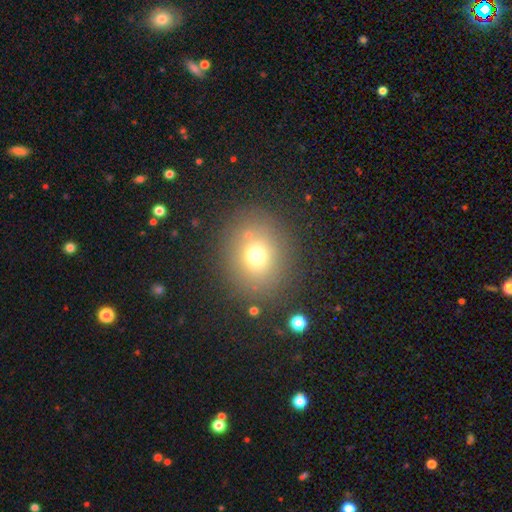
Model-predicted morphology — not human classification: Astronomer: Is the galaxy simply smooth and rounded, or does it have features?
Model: smooth — 70%.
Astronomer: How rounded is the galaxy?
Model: round — 70%.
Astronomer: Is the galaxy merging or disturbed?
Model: none — 80%.